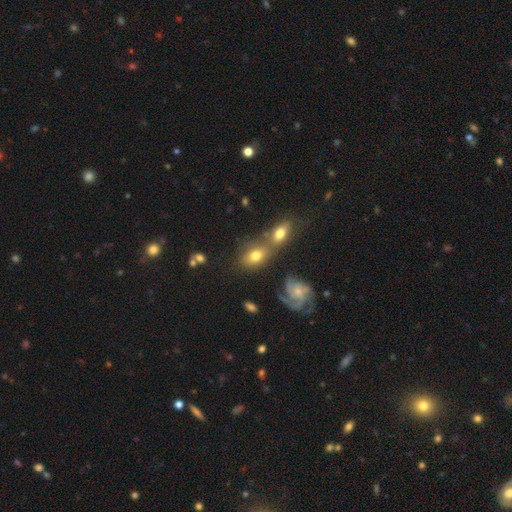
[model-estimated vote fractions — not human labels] Morphology: type=smooth (61%); roundness=in between (80%); merging=none (44%).